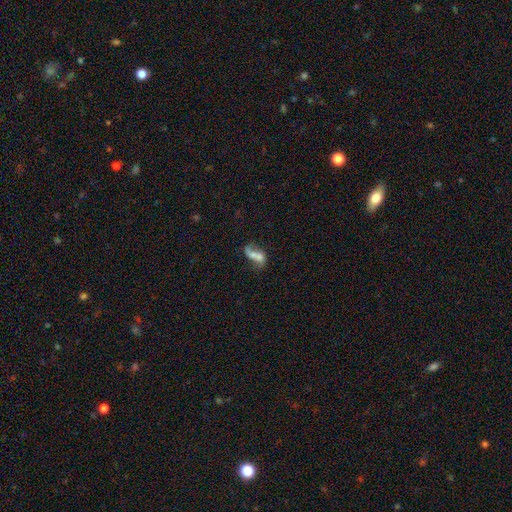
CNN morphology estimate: Q: Smooth or featured?
A: featured or disk (45%); runner-up: smooth (44%)
Q: Merging?
A: merger (45%); runner-up: none (25%)